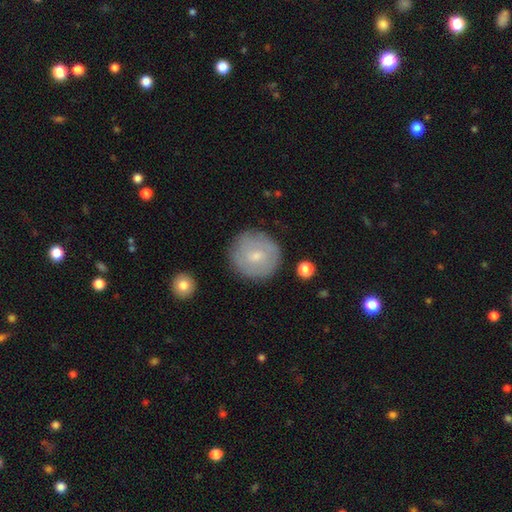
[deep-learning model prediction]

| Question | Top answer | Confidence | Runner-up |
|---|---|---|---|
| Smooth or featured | smooth | 50% | featured or disk (44%) |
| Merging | none | 83% | minor disturbance (12%) |